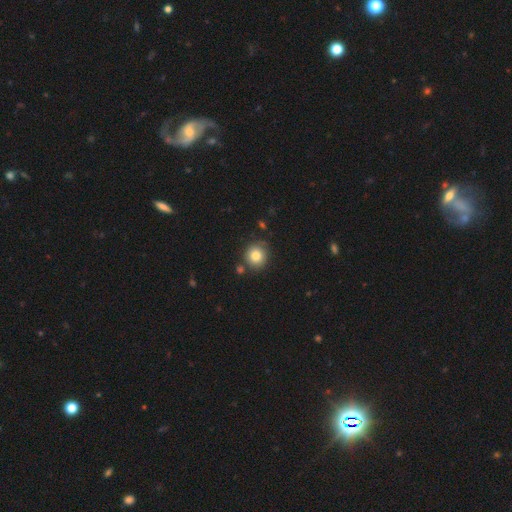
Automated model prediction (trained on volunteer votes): smooth_or_featured: smooth (p=0.82) [alt: star or artifact p=0.09]
how_rounded: round (p=0.90) [alt: in between p=0.09]
merging: none (p=0.79) [alt: minor disturbance p=0.12]